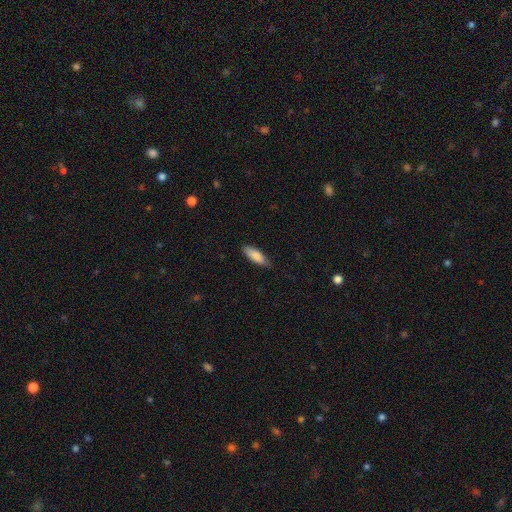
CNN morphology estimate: A smooth galaxy with no disk features (84%) that is in between round and cigar-shaped (57%). Merging: none (81%).